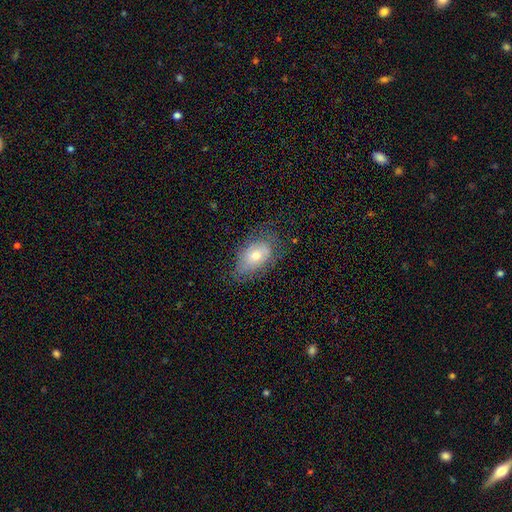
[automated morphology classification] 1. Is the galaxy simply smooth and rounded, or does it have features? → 54% smooth, 37% featured or disk, 9% star or artifact.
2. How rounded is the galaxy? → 88% in between, 10% round, 2% cigar-shaped.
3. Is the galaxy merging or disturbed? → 65% none, 25% minor disturbance, 9% major disturbance, 1% merger.